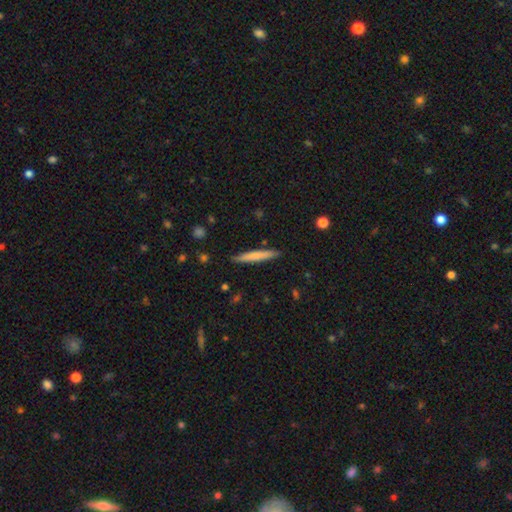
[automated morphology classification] type=smooth (70%); roundness=cigar-shaped (95%); merging=none (89%).